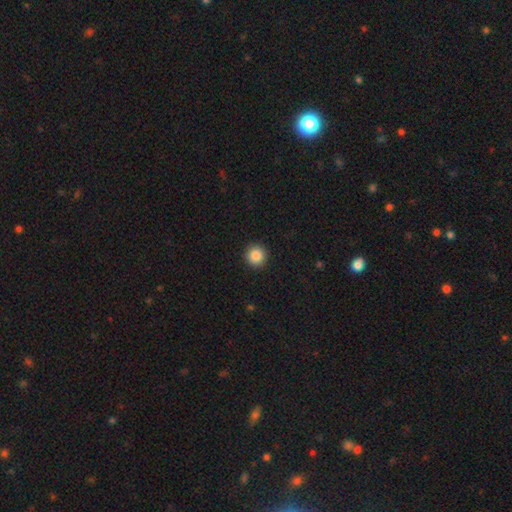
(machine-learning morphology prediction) Smooth or featured: smooth — 87% (star or artifact — 9%)
How rounded: round — 95% (in between — 4%)
Merging: none — 92% (minor disturbance — 5%)